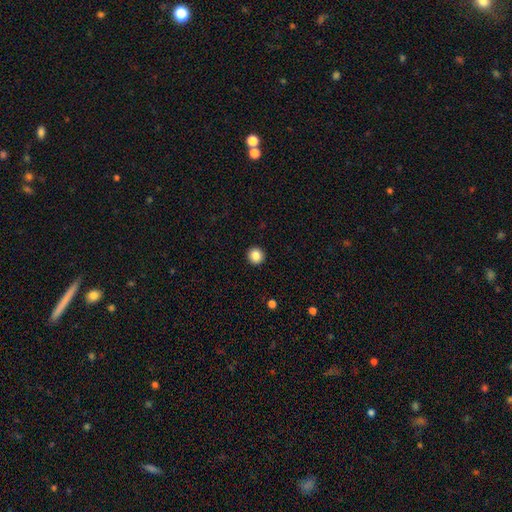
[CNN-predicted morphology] This is clearly a smooth galaxy (86%). How rounded: clearly round (94%). Merging: clearly none (93%).